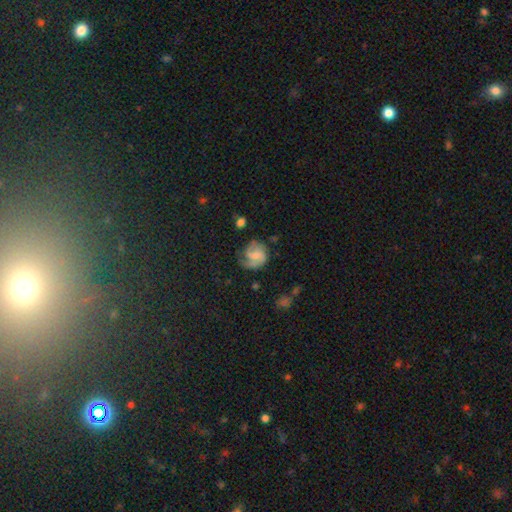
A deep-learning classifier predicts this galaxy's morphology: Smooth or featured: featured or disk — 59% (smooth — 33%)
Edge-on disk: no — 98% (yes — 2%)
Bar: weak — 46% (no — 42%)
Spiral arms: yes — 86% (no — 14%)
Bulge size: small — 42% (moderate — 29%)
Merging: none — 52% (minor disturbance — 25%)